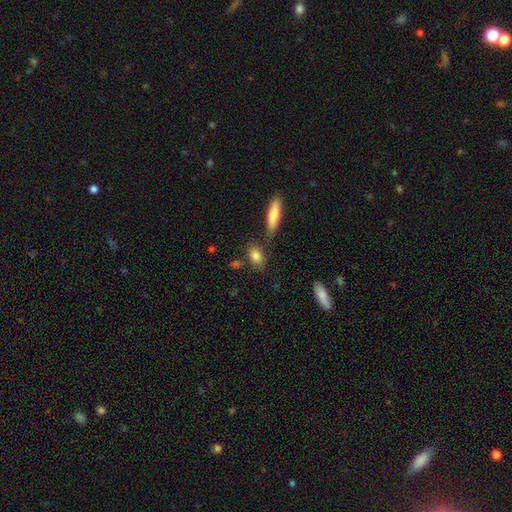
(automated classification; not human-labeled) Morphology: type=smooth (83%); roundness=in between (76%); merging=none (70%).